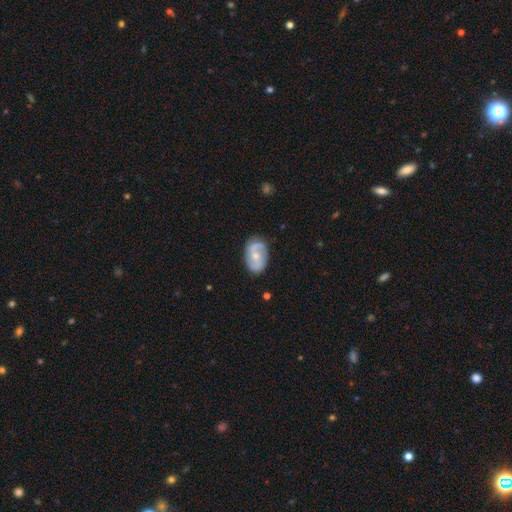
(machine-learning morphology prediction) Smooth or featured?
  - featured or disk: 67% *
  - smooth: 27%
  - star or artifact: 6%
Edge-on disk?
  - no: 96% *
  - yes: 4%
Bar?
  - no: 55% *
  - weak: 36%
  - strong: 9%
Spiral arms?
  - yes: 84% *
  - no: 16%
Spiral winding?
  - medium: 41% *
  - loose: 34%
  - tight: 25%
Spiral arm count?
  - 2: 79% *
  - can't tell: 10%
  - 1: 7%
  - 3: 1%
  - 4: 1%
  - more than 4: 1%
Bulge size?
  - moderate: 51% *
  - small: 44%
  - none: 2%
  - large: 2%
  - dominant: 1%
Merging?
  - none: 76% *
  - minor disturbance: 18%
  - major disturbance: 5%
  - merger: 1%